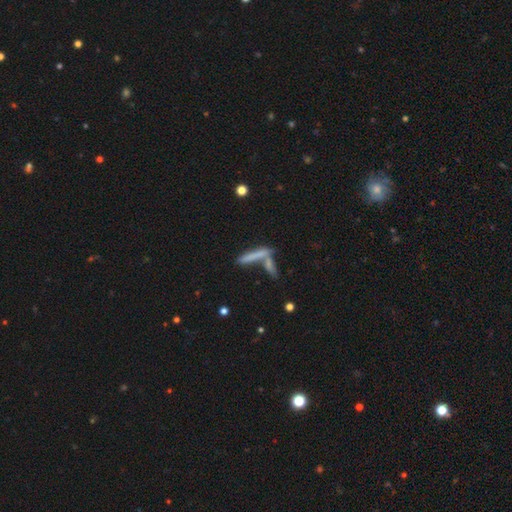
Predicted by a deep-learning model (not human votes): Morphology: type=smooth (64%); roundness=cigar-shaped (88%); merging=none (46%).